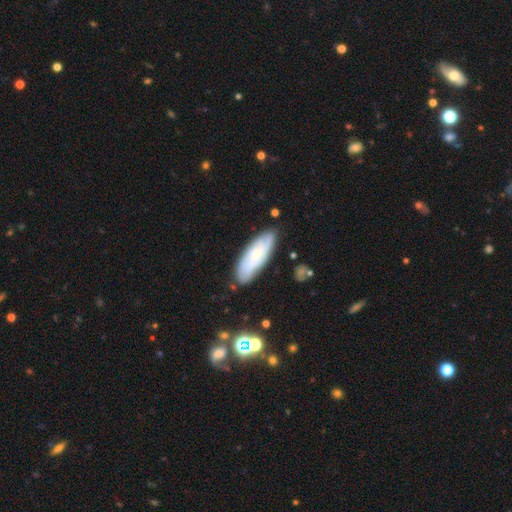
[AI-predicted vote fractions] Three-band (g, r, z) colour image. It shows a featured or disk galaxy (48%). Merging: none (78%).